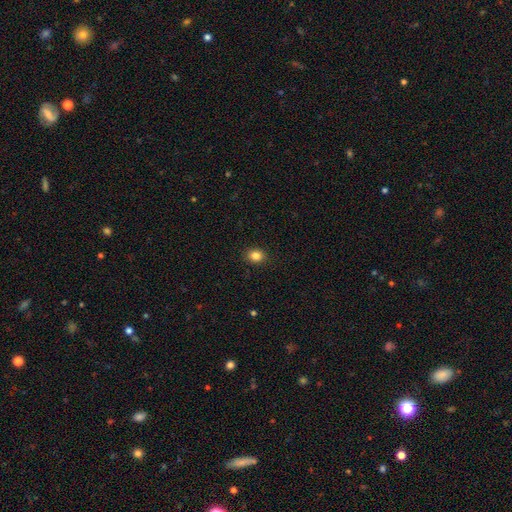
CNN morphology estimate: A smooth galaxy with no disk features (84%) that is round (56%). Merging: none (90%).